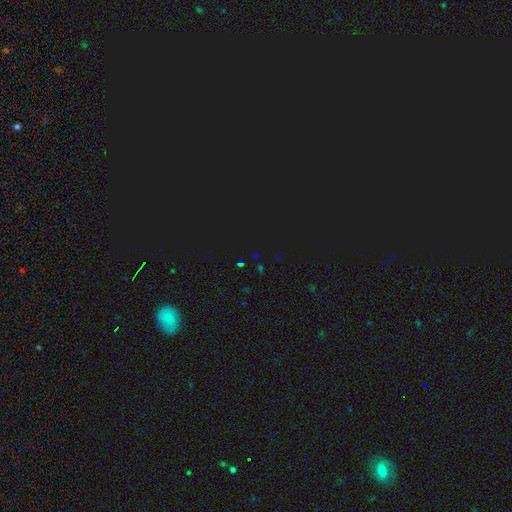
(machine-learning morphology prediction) This appears to be a star or artifact, not a galaxy (70%).